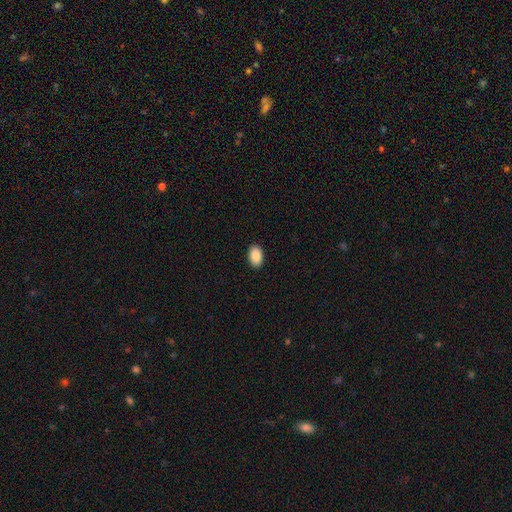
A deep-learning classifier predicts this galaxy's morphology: smooth 90%, star or artifact 7%, featured or disk 3%. Down the decision tree: how rounded — in between (92%); merging — none (91%).